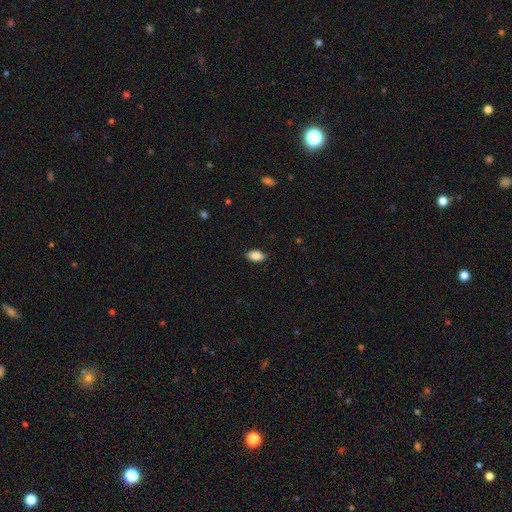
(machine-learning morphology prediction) This appears to be a smooth galaxy with no disk features (86%) that is in between round and cigar-shaped (92%). Merging: none (87%).